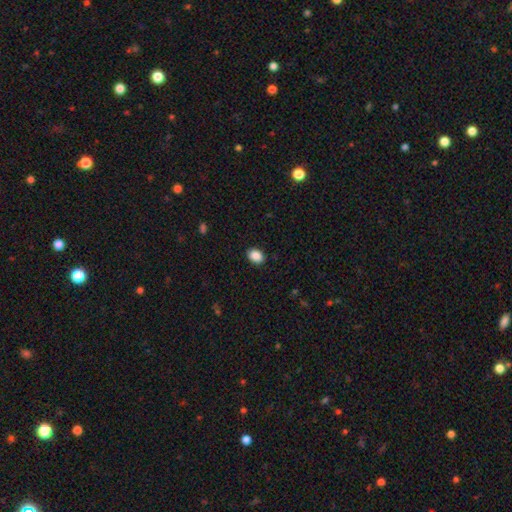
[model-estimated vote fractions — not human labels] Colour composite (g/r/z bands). It shows a smooth galaxy with no disk features (89%) that is in between round and cigar-shaped (67%). Merging: none (90%).